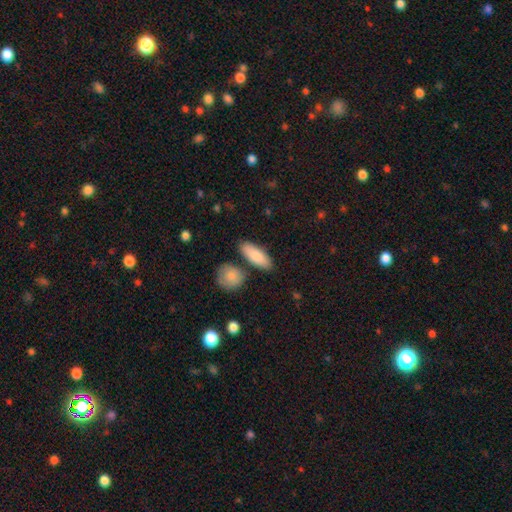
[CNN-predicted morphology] Q: Smooth or featured?
A: smooth (84%); runner-up: featured or disk (11%)
Q: How rounded?
A: in between (72%); runner-up: cigar-shaped (25%)
Q: Merging?
A: none (78%); runner-up: minor disturbance (11%)